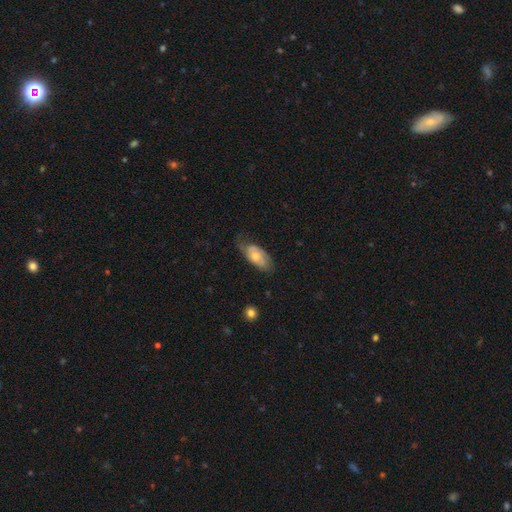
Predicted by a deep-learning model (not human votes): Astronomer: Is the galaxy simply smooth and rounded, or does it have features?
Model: smooth — 50% (runner-up: featured or disk, 44%).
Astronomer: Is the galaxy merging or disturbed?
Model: none — 52% (runner-up: minor disturbance, 33%).